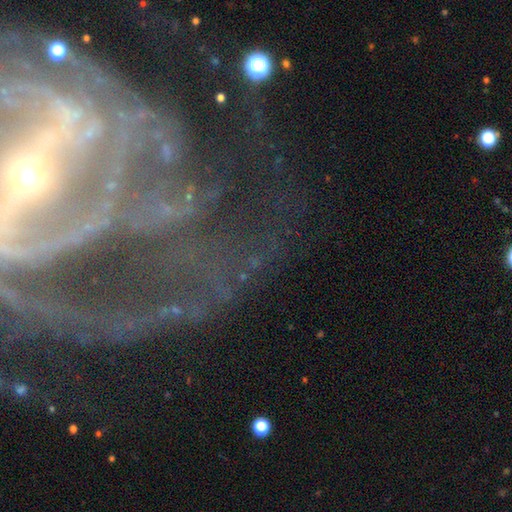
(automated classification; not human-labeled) A featured or disk galaxy (78%) with a strong bar (44%), 2 (34%) tight (49%) spiral arms (86%) and a small central bulge (65%).

Vote fractions:
- Smooth or featured? featured or disk: 78% / star or artifact: 13% / smooth: 9%
- Edge-on disk? no: 94% / yes: 6%
- Bar? strong: 44% / weak: 29% / no: 27%
- Spiral arms? yes: 86% / no: 14%
- Spiral winding? tight: 49% / medium: 35% / loose: 17%
- Spiral arm count? 2: 34% / can't tell: 23% / 3: 13% / 1: 10% / 4: 10% / more than 4: 10%
- Bulge size? small: 65% / moderate: 23% / none: 5% / large: 5% / dominant: 2%
- Merging? none: 56% / major disturbance: 23% / minor disturbance: 15% / merger: 6%